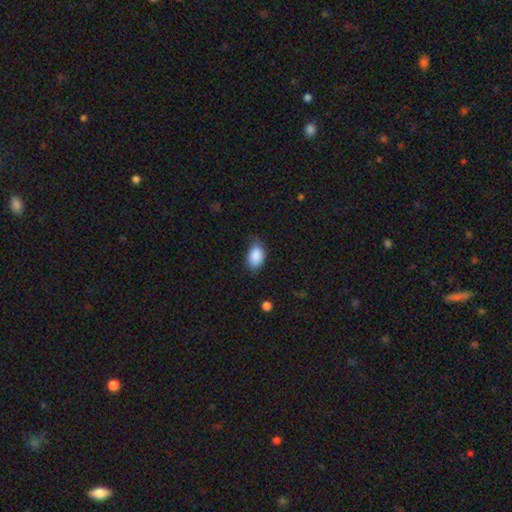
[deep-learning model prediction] Morphology: type=smooth (88%); roundness=in between (89%); merging=none (66%).